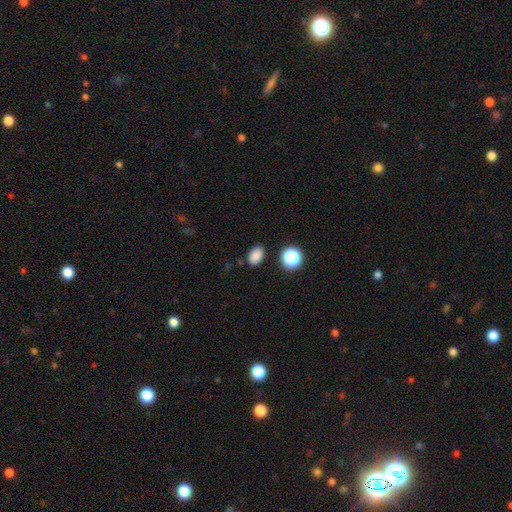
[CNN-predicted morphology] smooth 85%, star or artifact 12%, featured or disk 4%. Down the decision tree: how rounded — in between (79%); merging — none (85%).